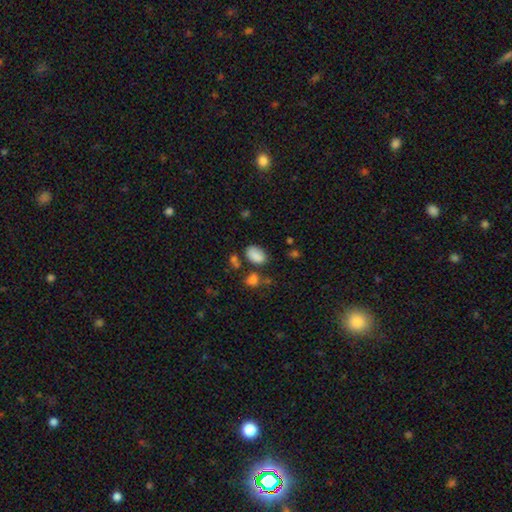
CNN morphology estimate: This is clearly a smooth galaxy (85%). How rounded: clearly in between (89%). Merging: likely none (64%).